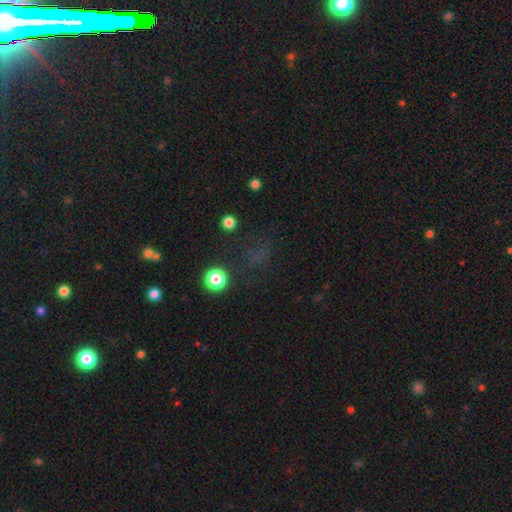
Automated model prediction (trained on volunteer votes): The model was most divided on "smooth or featured": star or artifact: 49%, smooth: 42%, featured or disk: 10%.